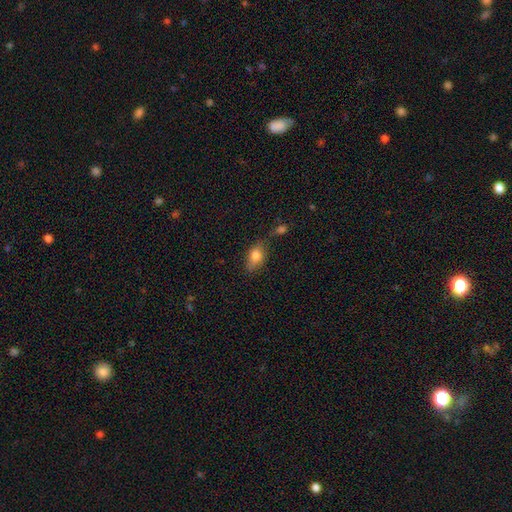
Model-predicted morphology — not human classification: smooth 76%, featured or disk 15%, star or artifact 9%. Down the decision tree: how rounded — in between (84%); merging — none (59%).